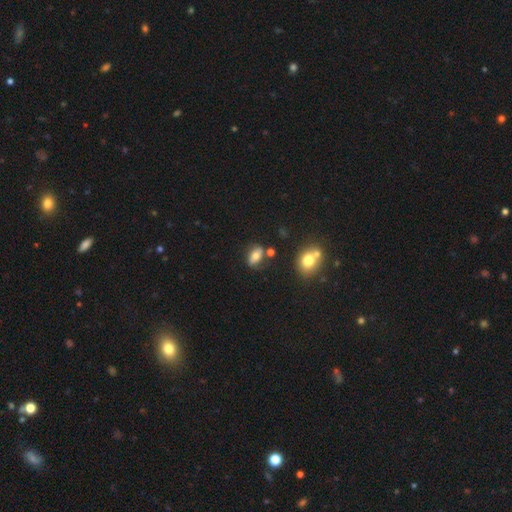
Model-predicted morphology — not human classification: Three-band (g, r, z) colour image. It shows a smooth galaxy with no disk features (65%) that is in between round and cigar-shaped (81%). Merging: none (68%).